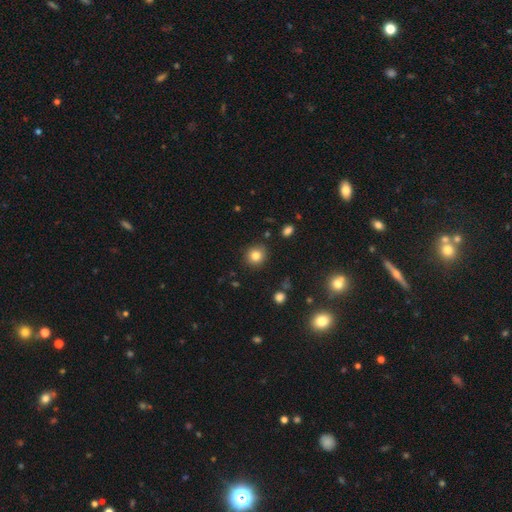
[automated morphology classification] smooth 82%, star or artifact 11%, featured or disk 7%. Down the decision tree: how rounded — round (87%); merging — none (88%).